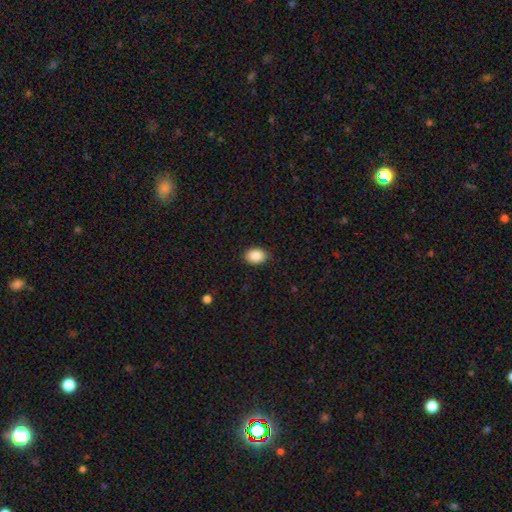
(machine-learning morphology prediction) Smooth or featured? smooth (90%)
How rounded? in between (79%)
Merging? none (89%)